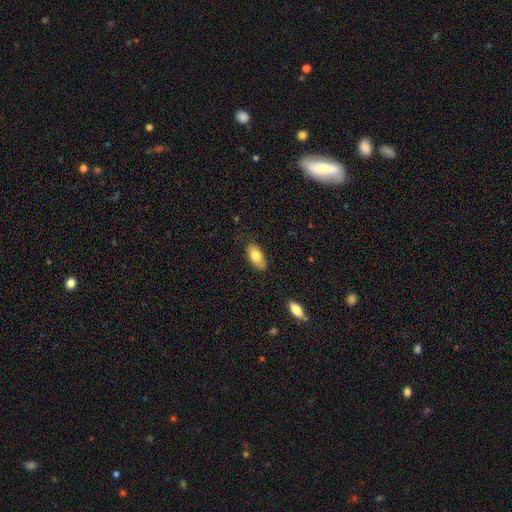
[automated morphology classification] Smooth or featured?
  - smooth: 80% *
  - featured or disk: 13%
  - star or artifact: 7%
How rounded?
  - in between: 91% *
  - cigar-shaped: 5%
  - round: 4%
Merging?
  - none: 77% *
  - minor disturbance: 18%
  - major disturbance: 3%
  - merger: 1%